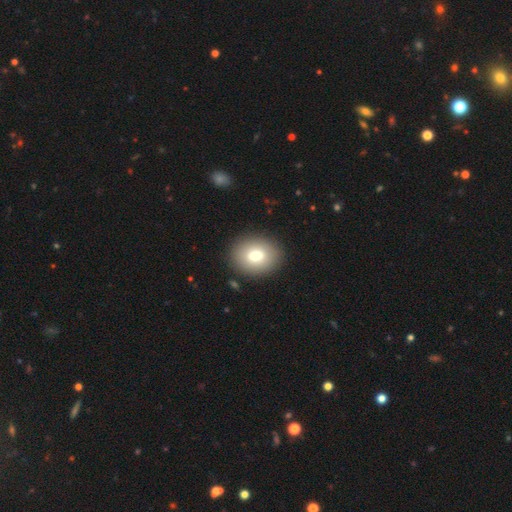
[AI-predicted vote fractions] A smooth galaxy with no disk features (74%) that is round (52%). Merging: none (89%).